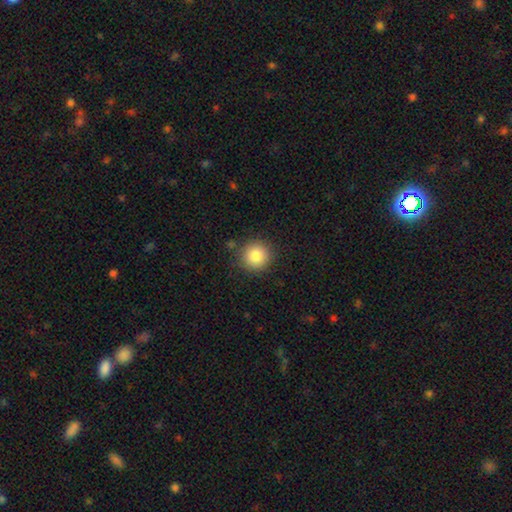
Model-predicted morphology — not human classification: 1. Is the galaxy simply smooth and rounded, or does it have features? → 84% smooth, 10% star or artifact, 6% featured or disk.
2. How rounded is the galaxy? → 93% round, 6% in between, 1% cigar-shaped.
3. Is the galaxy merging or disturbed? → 87% none, 9% minor disturbance, 3% major disturbance, 2% merger.